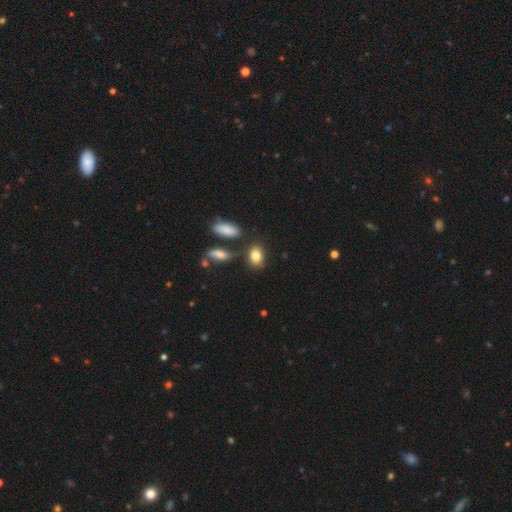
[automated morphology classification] This appears to be a smooth galaxy with no disk features (83%) that is in between round and cigar-shaped (80%). Merging: none (72%).